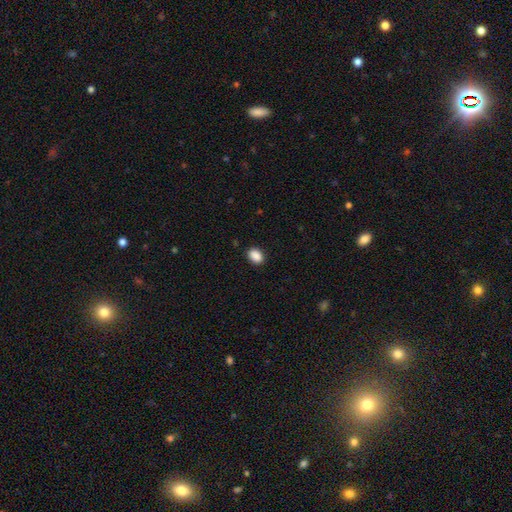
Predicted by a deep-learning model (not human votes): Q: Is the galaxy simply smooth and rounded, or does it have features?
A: smooth — 89%.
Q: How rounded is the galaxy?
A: in between — 78%.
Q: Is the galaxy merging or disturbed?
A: none — 87%.